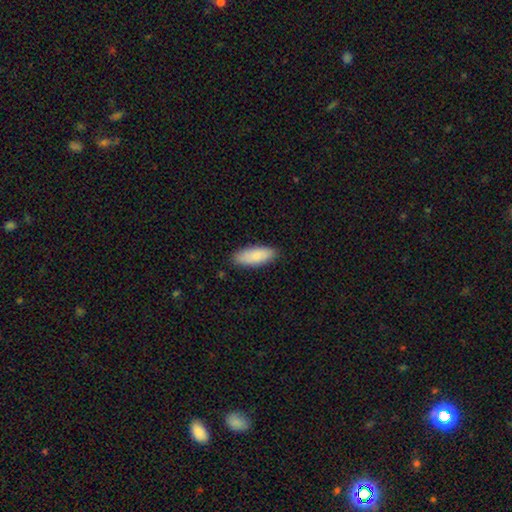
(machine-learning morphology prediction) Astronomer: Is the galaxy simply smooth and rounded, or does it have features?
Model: smooth — 85%.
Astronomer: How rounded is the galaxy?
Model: in between — 75%.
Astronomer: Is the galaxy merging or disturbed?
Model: none — 87%.